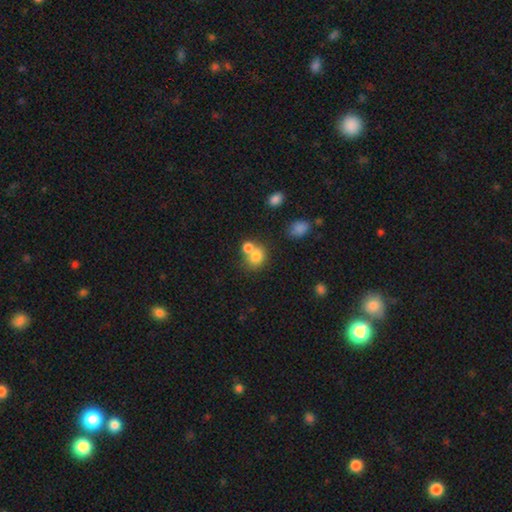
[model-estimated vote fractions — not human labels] Smooth or featured?
  - smooth: 77% *
  - featured or disk: 12%
  - star or artifact: 11%
How rounded?
  - round: 68% *
  - in between: 31%
  - cigar-shaped: 1%
Merging?
  - merger: 51% *
  - none: 37%
  - minor disturbance: 8%
  - major disturbance: 4%